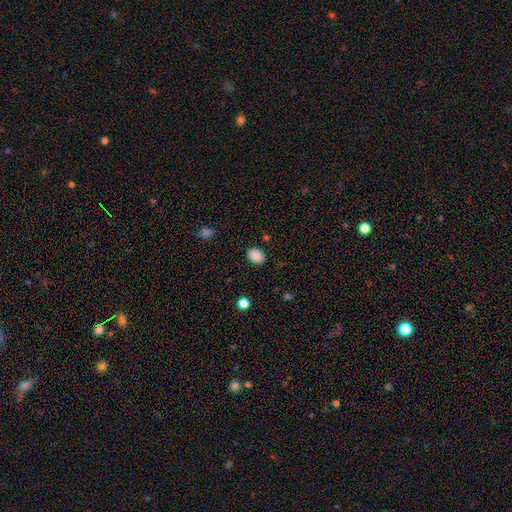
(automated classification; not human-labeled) smooth 87%, star or artifact 8%, featured or disk 4%. Down the decision tree: how rounded — in between (63%); merging — none (86%).